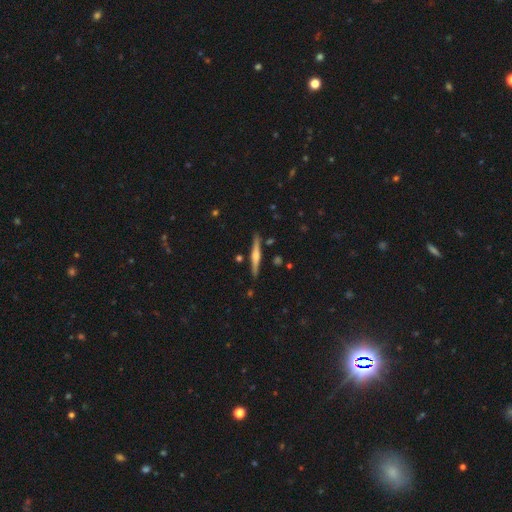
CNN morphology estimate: featured or disk 66%, smooth 28%, star or artifact 6%. Down the decision tree: edge-on disk — yes (98%); edge-on bulge — rounded (77%); merging — none (88%).